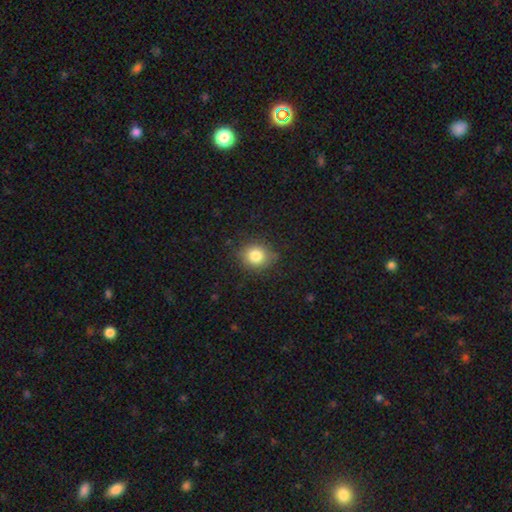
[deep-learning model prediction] A smooth galaxy with no disk features (81%) that is round (67%).

Vote fractions:
- Smooth or featured? smooth: 81% / star or artifact: 11% / featured or disk: 8%
- How rounded? round: 67% / in between: 32% / cigar-shaped: 1%
- Merging? none: 82% / minor disturbance: 14% / major disturbance: 3% / merger: 1%